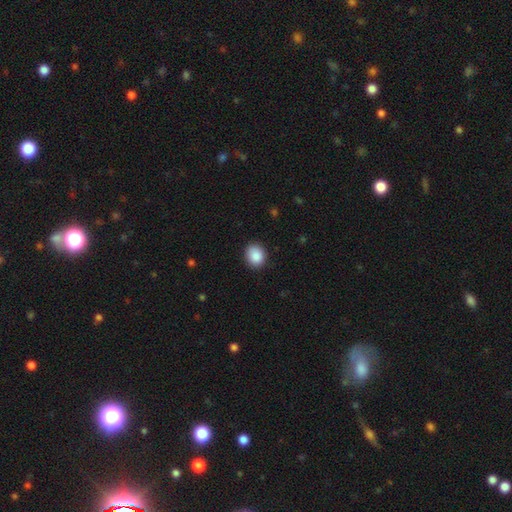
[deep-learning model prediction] Morphology: type=smooth (88%); roundness=round (64%); merging=none (87%).